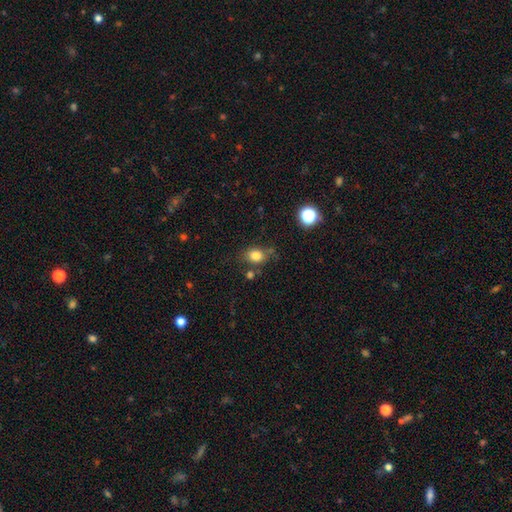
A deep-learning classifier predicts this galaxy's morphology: A smooth galaxy with no disk features (80%) that is round (50%). Merging: none (67%).